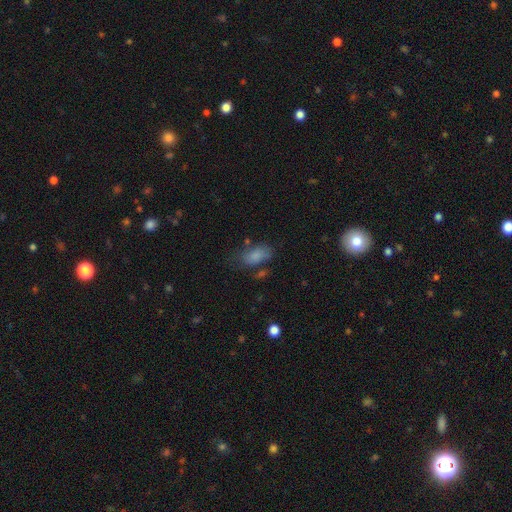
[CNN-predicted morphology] The model was most divided on "merging": none: 54%, minor disturbance: 25%, major disturbance: 12%, merger: 9%. More confident: how rounded — in between (90%); smooth or featured — smooth (82%).